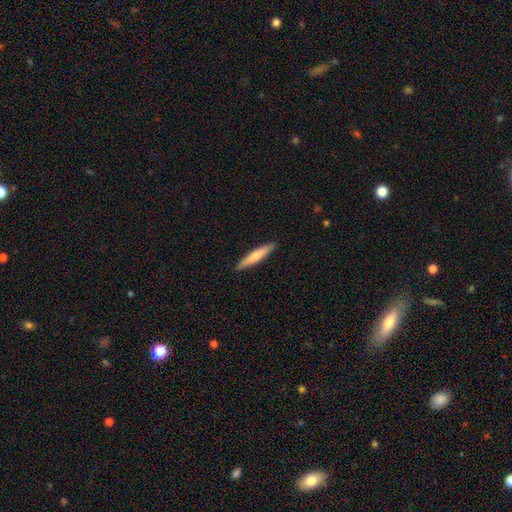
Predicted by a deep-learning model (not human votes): smooth_or_featured: smooth (p=0.63) [alt: featured or disk p=0.32]
how_rounded: cigar-shaped (p=0.92) [alt: in between p=0.06]
merging: none (p=0.92) [alt: minor disturbance p=0.06]